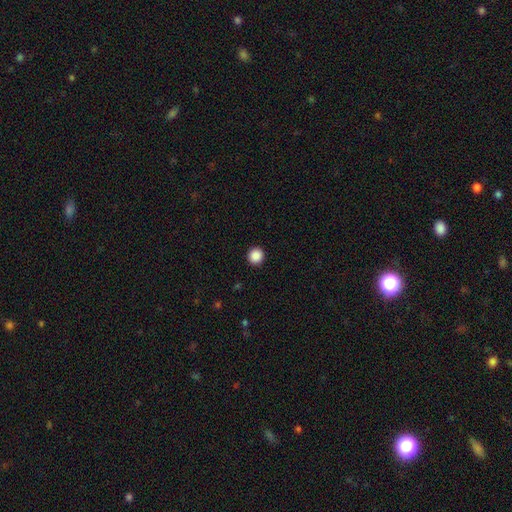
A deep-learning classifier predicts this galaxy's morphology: The model was most divided on "smooth or featured": smooth: 88%, star or artifact: 9%, featured or disk: 2%. More confident: how rounded — round (95%); merging — none (93%).